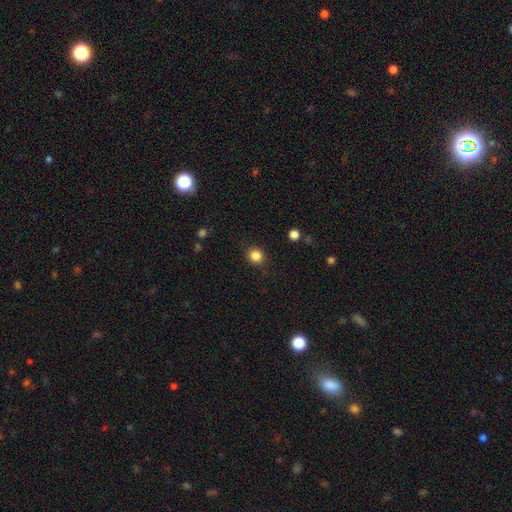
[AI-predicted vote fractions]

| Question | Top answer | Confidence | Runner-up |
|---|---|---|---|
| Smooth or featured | smooth | 85% | star or artifact (11%) |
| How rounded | round | 87% | in between (13%) |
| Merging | none | 88% | minor disturbance (8%) |